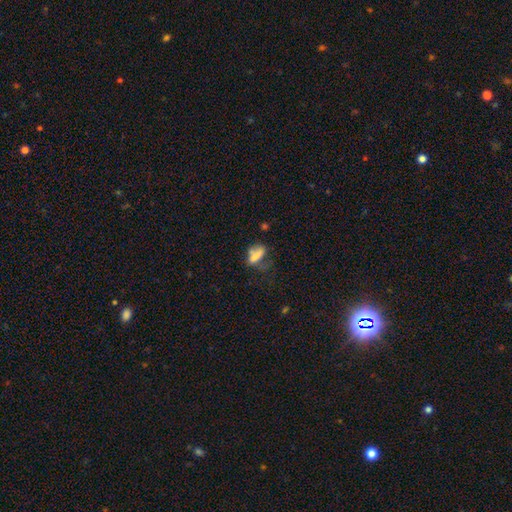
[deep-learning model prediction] This appears to be a smooth galaxy with no disk features (64%) that is in between round and cigar-shaped (64%). Merging: none (38%).